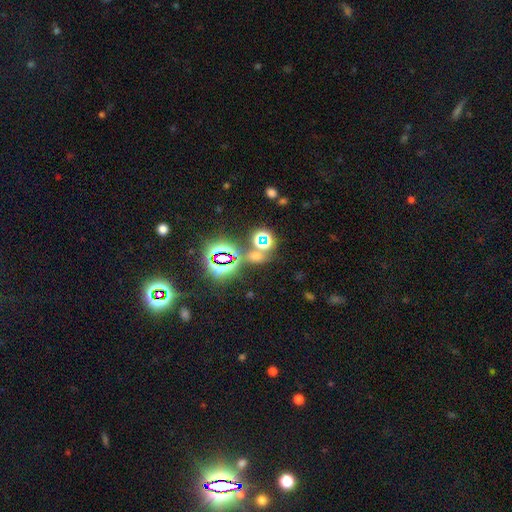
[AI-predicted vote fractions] Smooth or featured? Predicted: star or artifact (p=0.60).